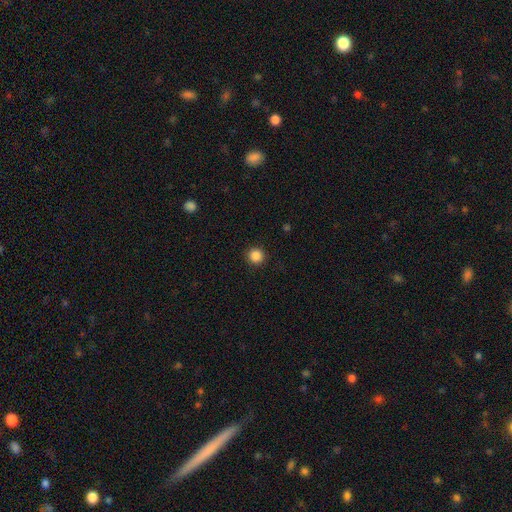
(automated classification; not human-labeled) Overall: smooth (87%). How rounded: round (95%). Merging: none (92%).